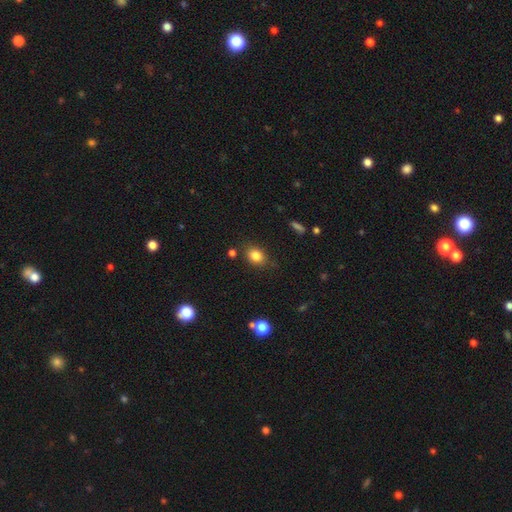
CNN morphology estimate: smooth-or-featured: smooth: 83% | star or artifact: 10% | featured or disk: 7%
  how-rounded: in between: 62% | round: 36% | cigar-shaped: 1%
  merging: none: 80% | minor disturbance: 14% | merger: 3% | major disturbance: 3%